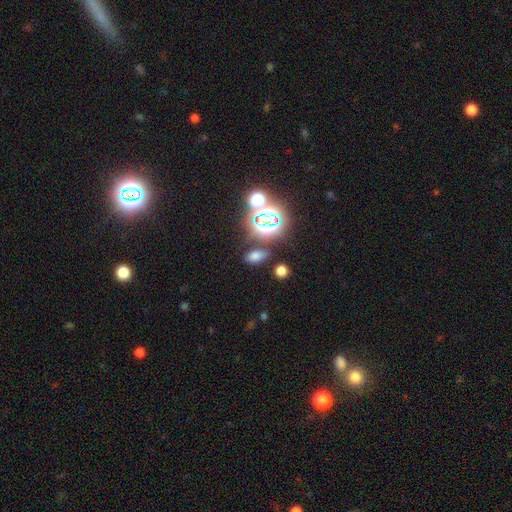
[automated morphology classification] Overall: smooth (60%; star or artifact 30%). How rounded: in between (79%). Merging: none (77%).